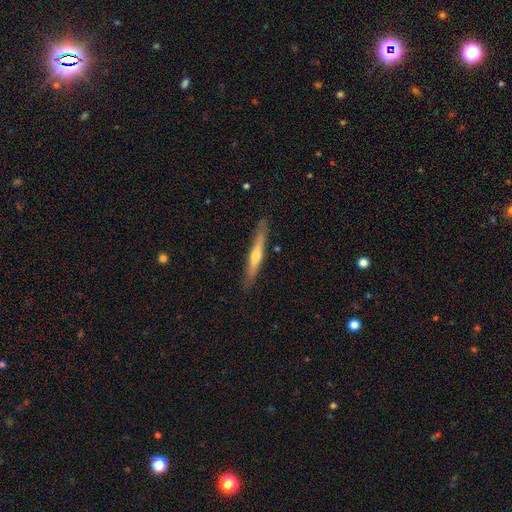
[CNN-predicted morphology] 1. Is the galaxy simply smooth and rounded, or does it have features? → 59% featured or disk, 35% smooth, 6% star or artifact.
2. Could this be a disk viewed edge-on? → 95% yes, 5% no.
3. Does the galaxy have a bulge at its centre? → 79% rounded, 17% none, 5% boxy.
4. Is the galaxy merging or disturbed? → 86% none, 10% minor disturbance, 2% major disturbance, 1% merger.